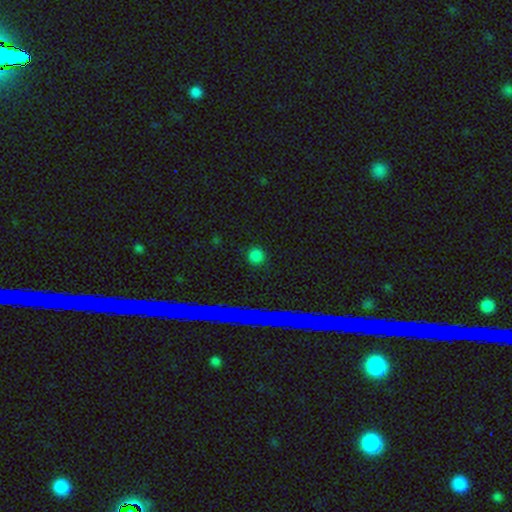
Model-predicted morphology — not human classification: Smooth or featured? Predicted: smooth (p=0.74). How rounded? Predicted: round (p=0.88). Merging? Predicted: none (p=0.89).